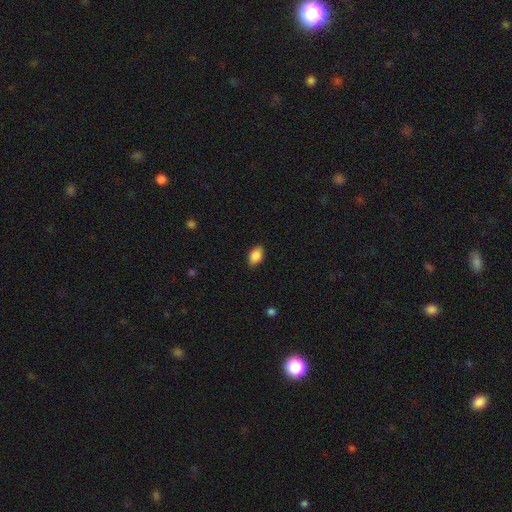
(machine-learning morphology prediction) The model was most divided on "merging": none: 87%, minor disturbance: 10%, major disturbance: 2%, merger: 1%. More confident: how rounded — in between (88%); smooth or featured — smooth (87%).